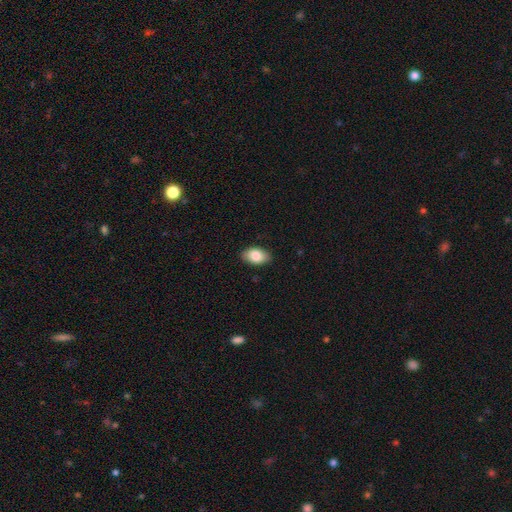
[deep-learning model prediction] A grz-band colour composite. It shows a smooth galaxy with no disk features (84%) that is in between round and cigar-shaped (92%). Merging: none (87%).